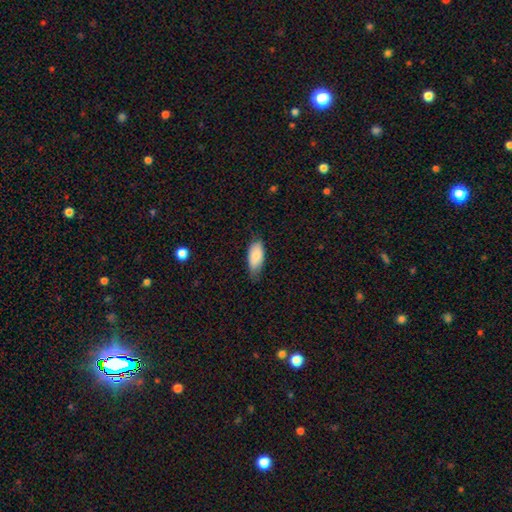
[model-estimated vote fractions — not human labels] Smooth or featured? Predicted: smooth (p=0.84). How rounded? Predicted: in between (p=0.89). Merging? Predicted: none (p=0.64).